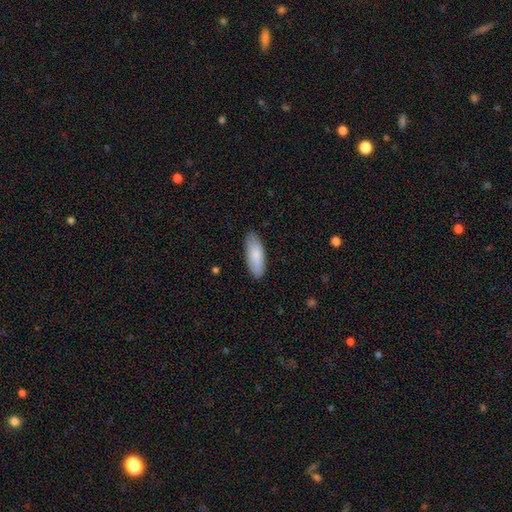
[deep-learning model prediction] Smooth or featured? smooth (85%)
How rounded? in between (73%)
Merging? none (87%)